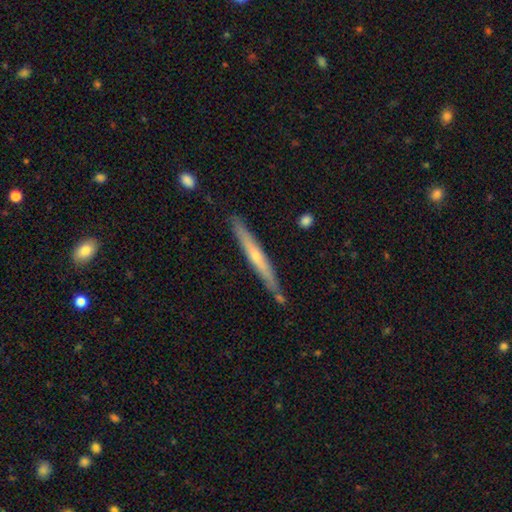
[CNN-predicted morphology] Smooth or featured?
  - featured or disk: 55% *
  - smooth: 39%
  - star or artifact: 5%
Edge-on disk?
  - yes: 95% *
  - no: 5%
Edge-on bulge?
  - rounded: 53% *
  - none: 43%
  - boxy: 4%
Merging?
  - none: 83% *
  - minor disturbance: 11%
  - merger: 3%
  - major disturbance: 2%